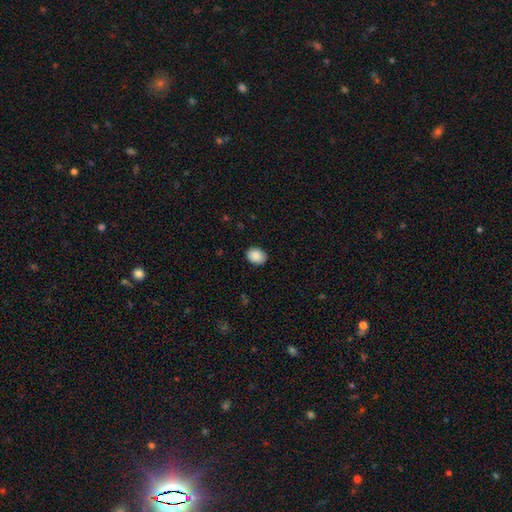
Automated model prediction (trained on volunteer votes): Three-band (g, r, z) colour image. It shows a smooth galaxy with no disk features (89%) that is in between round and cigar-shaped (67%). Merging: none (89%).